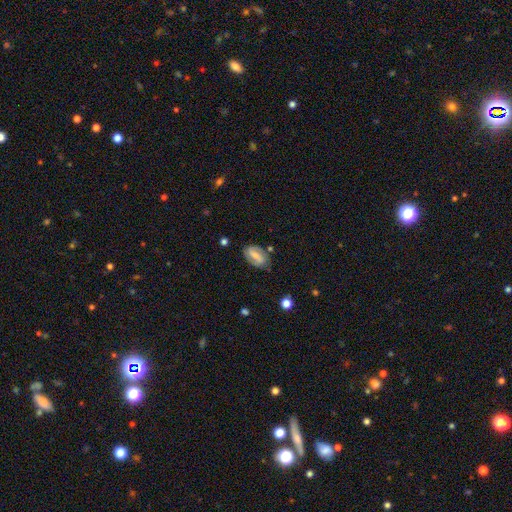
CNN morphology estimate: smooth_or_featured: featured or disk (p=0.54) [alt: smooth p=0.38]
disk_edge_on: no (p=0.94) [alt: yes p=0.06]
bar: strong (p=0.44) [alt: weak p=0.39]
has_spiral_arms: yes (p=0.81) [alt: no p=0.19]
bulge_size: small (p=0.47) [alt: moderate p=0.29]
merging: none (p=0.74) [alt: minor disturbance p=0.19]